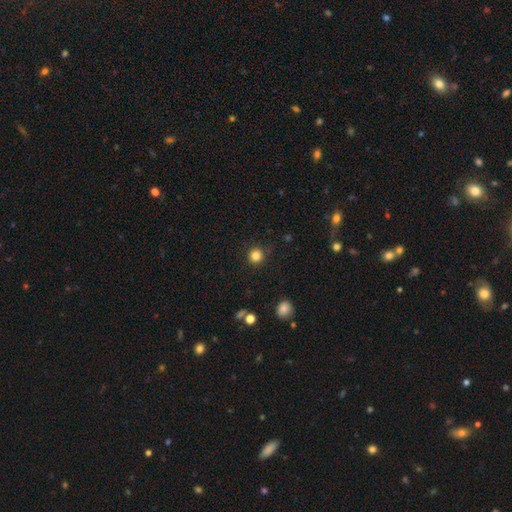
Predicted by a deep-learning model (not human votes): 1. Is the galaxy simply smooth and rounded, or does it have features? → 83% smooth, 12% star or artifact, 4% featured or disk.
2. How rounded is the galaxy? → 94% round, 5% in between, 1% cigar-shaped.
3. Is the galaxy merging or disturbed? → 90% none, 7% minor disturbance, 2% major disturbance, 1% merger.